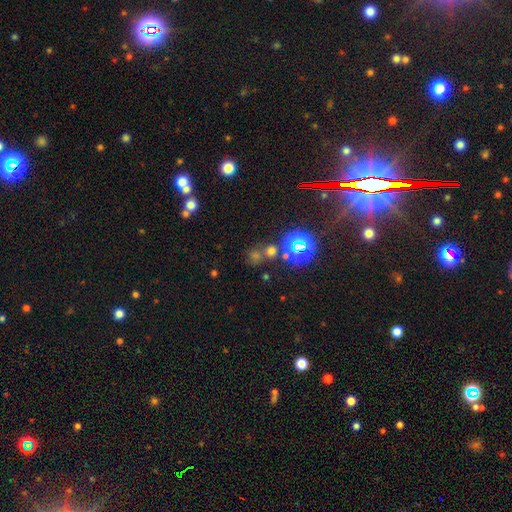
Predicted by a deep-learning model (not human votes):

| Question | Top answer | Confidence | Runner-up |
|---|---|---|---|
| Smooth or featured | star or artifact | 54% | smooth (36%) |